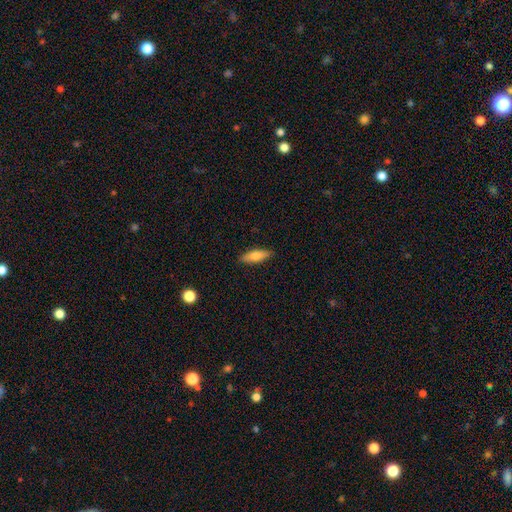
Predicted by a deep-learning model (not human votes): Smooth or featured? smooth (71%)
How rounded? cigar-shaped (51%)
Merging? none (88%)